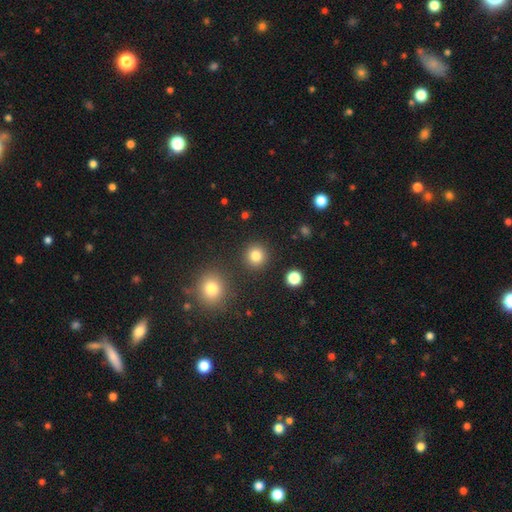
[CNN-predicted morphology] smooth 83%, star or artifact 12%, featured or disk 5%. Down the decision tree: how rounded — round (94%); merging — none (90%).